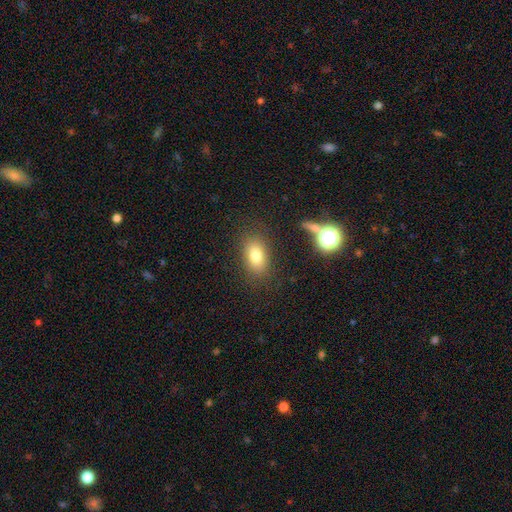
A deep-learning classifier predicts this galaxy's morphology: Smooth or featured? Predicted: smooth (p=0.78). How rounded? Predicted: in between (p=0.85). Merging? Predicted: none (p=0.82).